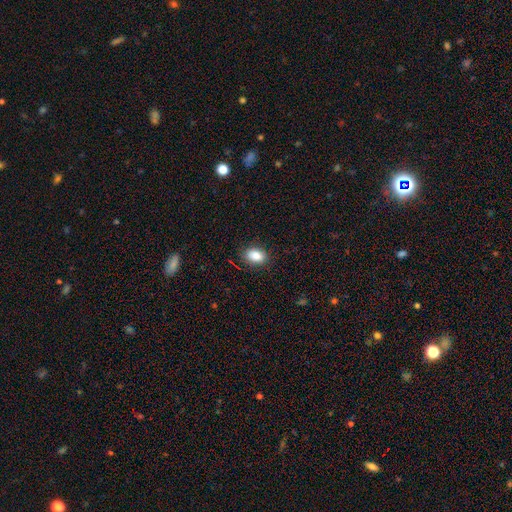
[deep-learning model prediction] Morphology: type=smooth (85%); roundness=in between (82%); merging=none (85%).